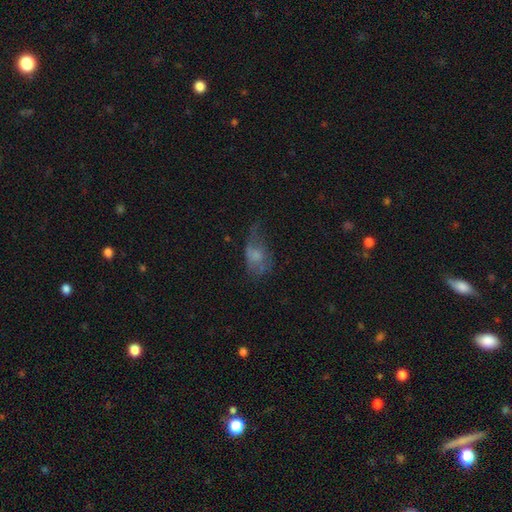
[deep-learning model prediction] Morphology: type=smooth (51%); roundness=in between (81%); merging=major disturbance (42%).